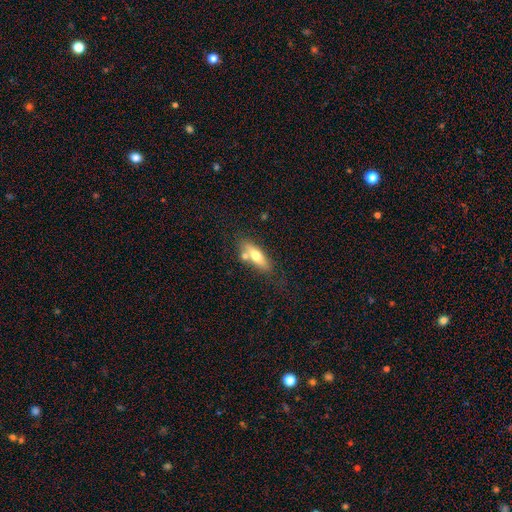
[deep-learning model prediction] This appears to be a smooth galaxy with no disk features (62%) that is in between round and cigar-shaped (57%). Merging: none (62%).